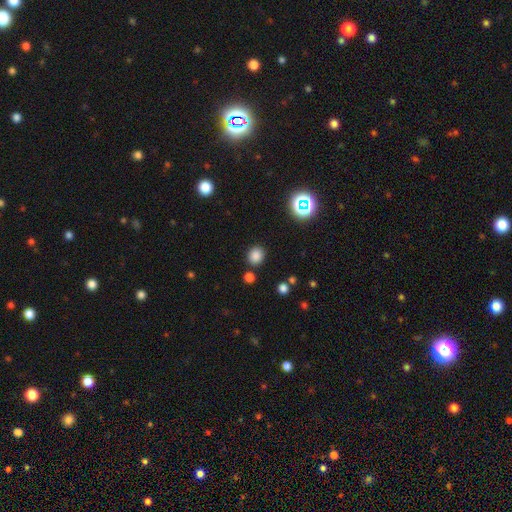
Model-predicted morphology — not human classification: Overall: smooth (81%). How rounded: round (75%). Merging: none (84%).